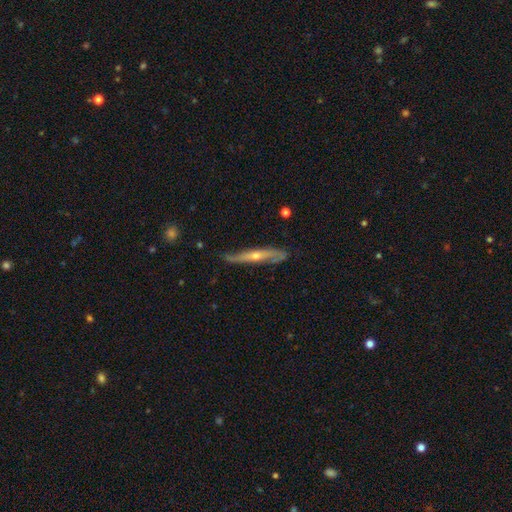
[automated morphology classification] Smooth or featured? featured or disk (72%)
Edge-on disk? yes (81%)
Edge-on bulge? rounded (78%)
Merging? none (73%)